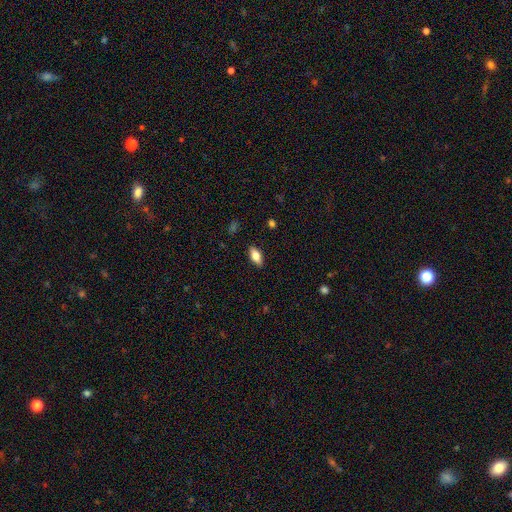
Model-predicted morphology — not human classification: type=smooth (73%); roundness=in between (84%); merging=none (88%).